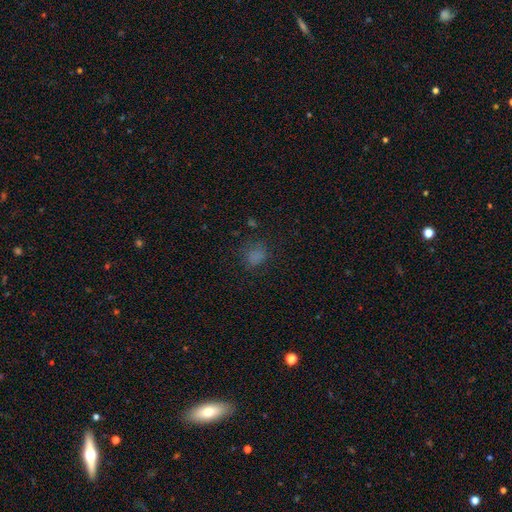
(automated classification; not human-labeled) This is likely a smooth galaxy (73%). How rounded: possibly round (56%). Merging: likely none (70%).